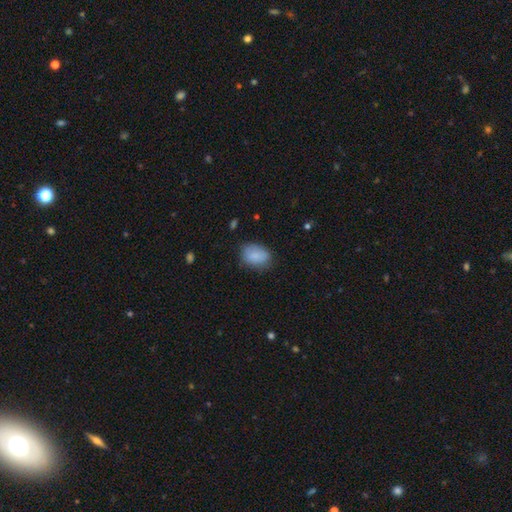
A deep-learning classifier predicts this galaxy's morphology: Smooth or featured? Predicted: smooth (p=0.86). How rounded? Predicted: in between (p=0.80). Merging? Predicted: none (p=0.74).